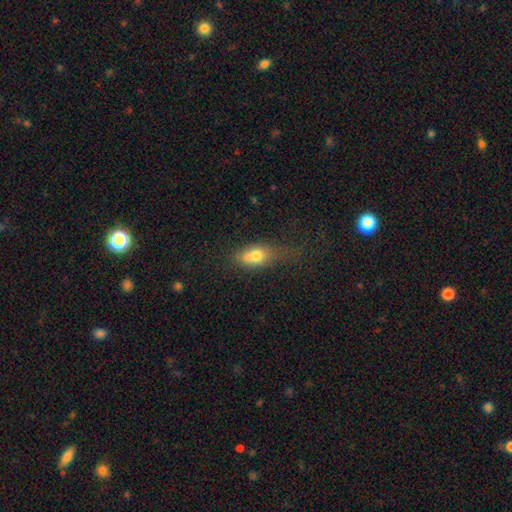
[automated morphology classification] Smooth or featured? Predicted: smooth (p=0.73). How rounded? Predicted: in between (p=0.78). Merging? Predicted: none (p=0.38).